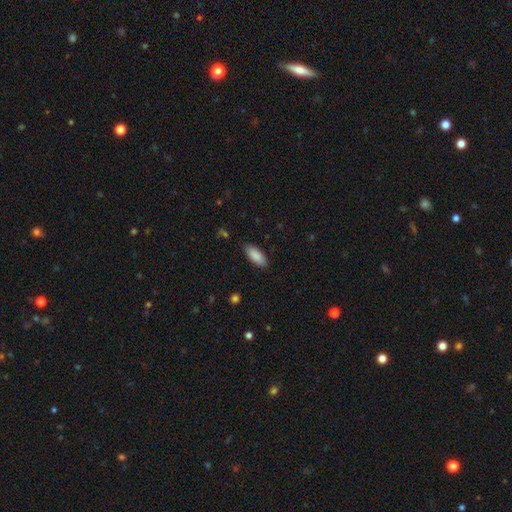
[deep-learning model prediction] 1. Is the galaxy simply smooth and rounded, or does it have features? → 89% smooth, 6% star or artifact, 5% featured or disk.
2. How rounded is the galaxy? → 82% in between, 17% cigar-shaped, 2% round.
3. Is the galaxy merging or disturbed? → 87% none, 9% minor disturbance, 2% major disturbance, 1% merger.